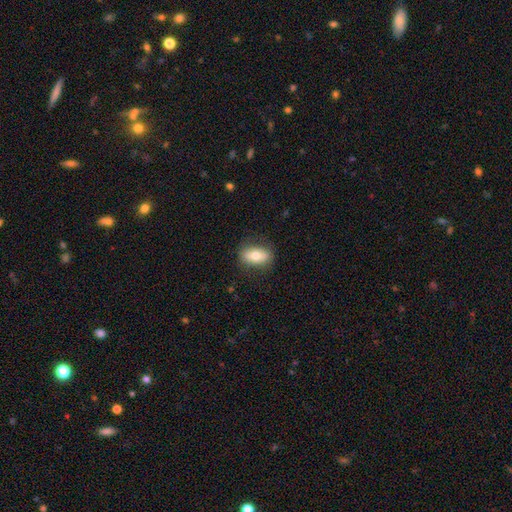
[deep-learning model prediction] smooth_or_featured: smooth (p=0.69) [alt: featured or disk p=0.24]
how_rounded: in between (p=0.84) [alt: round p=0.11]
merging: none (p=0.82) [alt: minor disturbance p=0.13]